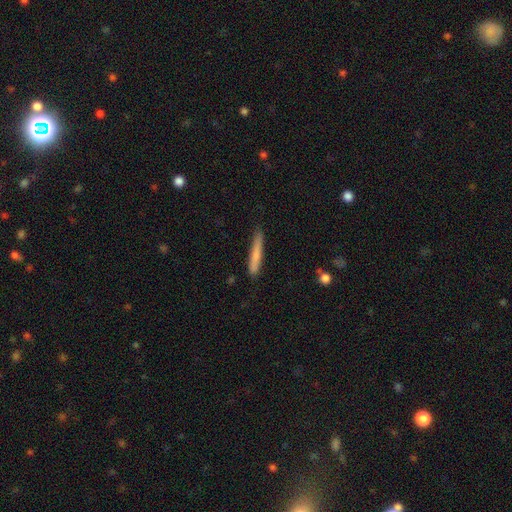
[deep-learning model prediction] Smooth or featured: smooth — 76% (featured or disk — 19%)
How rounded: cigar-shaped — 95% (in between — 4%)
Merging: none — 82% (minor disturbance — 14%)